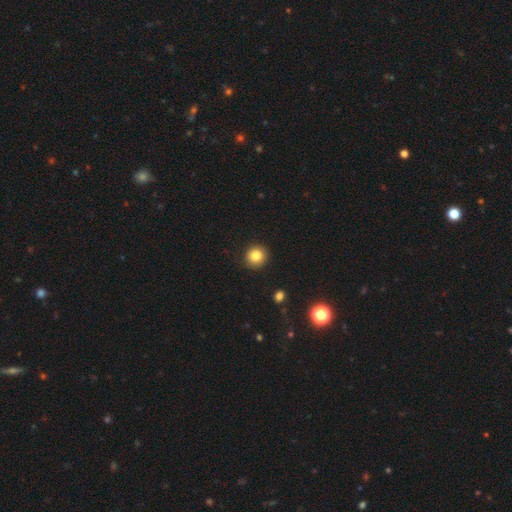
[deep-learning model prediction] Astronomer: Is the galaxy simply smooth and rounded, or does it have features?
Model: smooth — 83%.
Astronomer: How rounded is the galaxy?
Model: round — 92%.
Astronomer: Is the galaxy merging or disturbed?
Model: none — 91%.